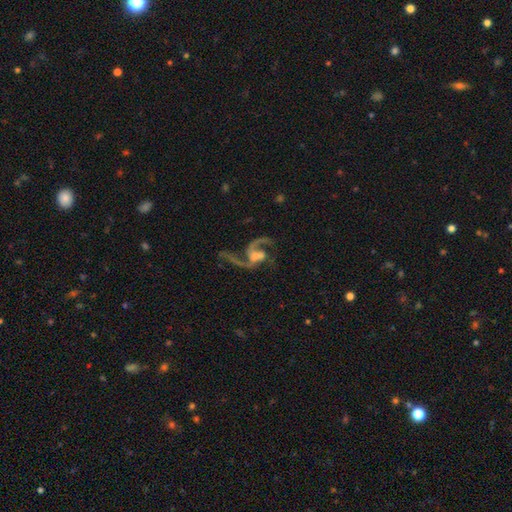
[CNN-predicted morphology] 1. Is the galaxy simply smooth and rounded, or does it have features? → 84% featured or disk, 9% star or artifact, 8% smooth.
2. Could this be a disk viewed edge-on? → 98% no, 2% yes.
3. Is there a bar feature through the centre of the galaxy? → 46% no, 39% weak, 15% strong.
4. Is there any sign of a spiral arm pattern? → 94% yes, 6% no.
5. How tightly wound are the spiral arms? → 60% loose, 34% medium, 6% tight.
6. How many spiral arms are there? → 70% 2, 11% 3, 9% 1, 5% can't tell, 3% 4, 2% more than 4.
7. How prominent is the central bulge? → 35% none, 27% moderate, 23% small, 13% large, 2% dominant.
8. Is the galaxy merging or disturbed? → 41% none, 37% major disturbance, 15% minor disturbance, 8% merger.